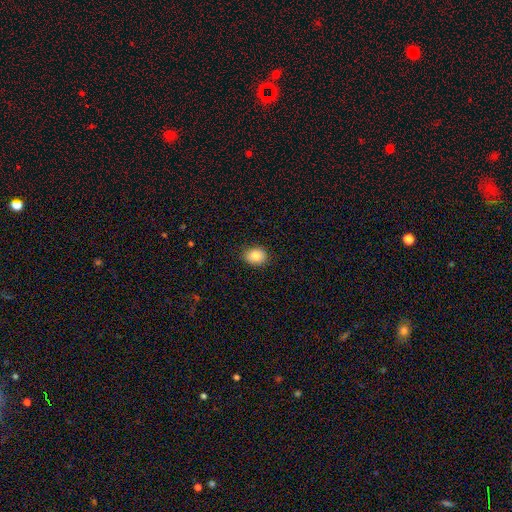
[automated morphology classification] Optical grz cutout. It shows a smooth galaxy with no disk features (83%) that is in between round and cigar-shaped (53%). Merging: none (86%).